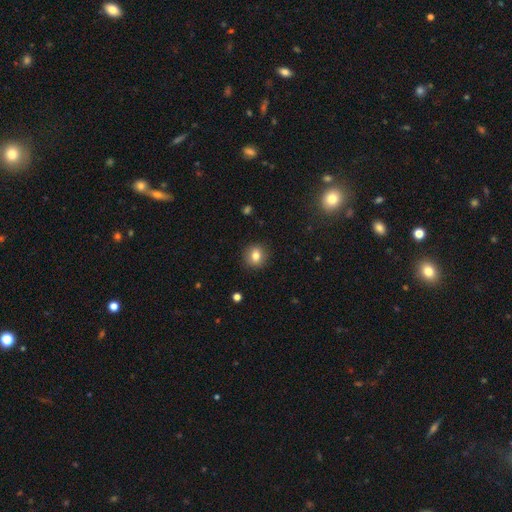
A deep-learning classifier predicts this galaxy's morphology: type=smooth (81%); roundness=round (80%); merging=none (89%).